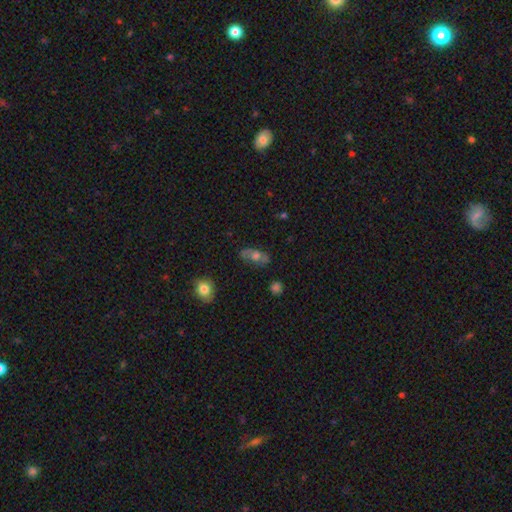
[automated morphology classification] This is possibly a smooth galaxy (50%). How rounded: likely in between (79%). Merging: likely none (73%).